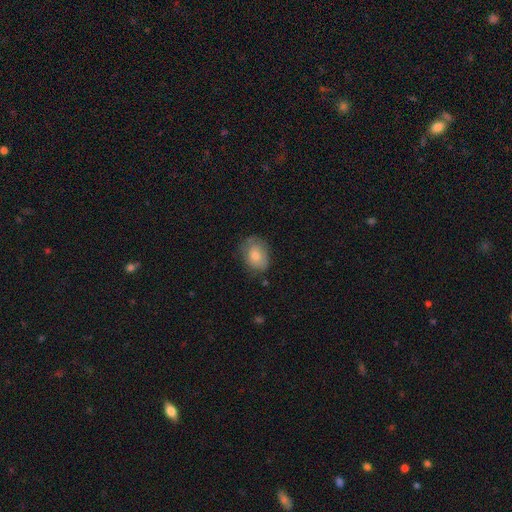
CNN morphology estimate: Q: Smooth or featured?
A: smooth (72%); runner-up: featured or disk (20%)
Q: How rounded?
A: in between (68%); runner-up: round (31%)
Q: Merging?
A: none (63%); runner-up: minor disturbance (27%)